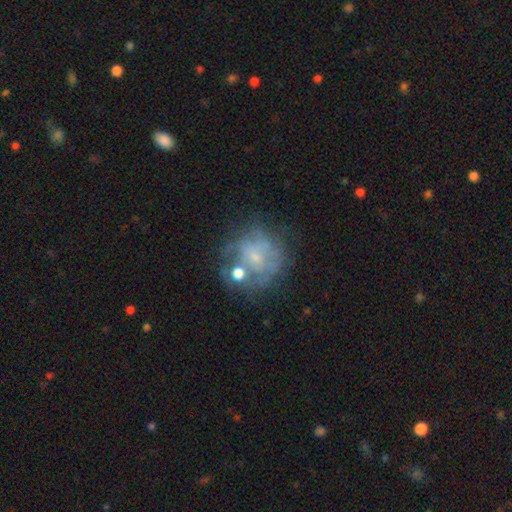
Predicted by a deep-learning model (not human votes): smooth-or-featured: featured or disk: 56% | smooth: 31% | star or artifact: 12%
  disk-edge-on: no: 98% | yes: 2%
    bar: no: 76% | weak: 20% | strong: 4%
    has-spiral-arms: no: 61% | yes: 39%
    bulge-size: small: 60% | moderate: 23% | none: 14% | large: 2% | dominant: 1%
  merging: none: 46% | minor disturbance: 19% | major disturbance: 19% | merger: 16%